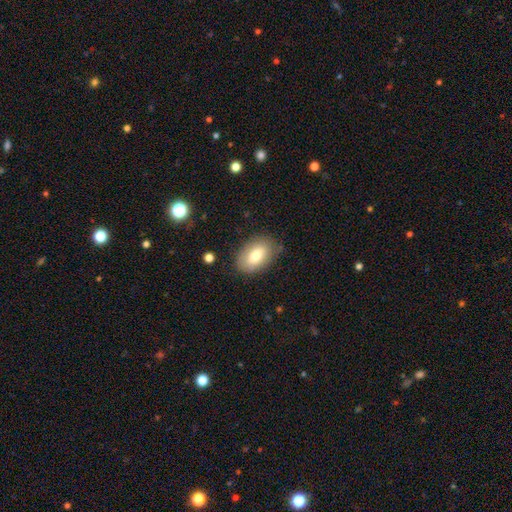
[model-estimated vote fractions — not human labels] A smooth galaxy with no disk features (76%) that is in between round and cigar-shaped (90%). Merging: none (79%).